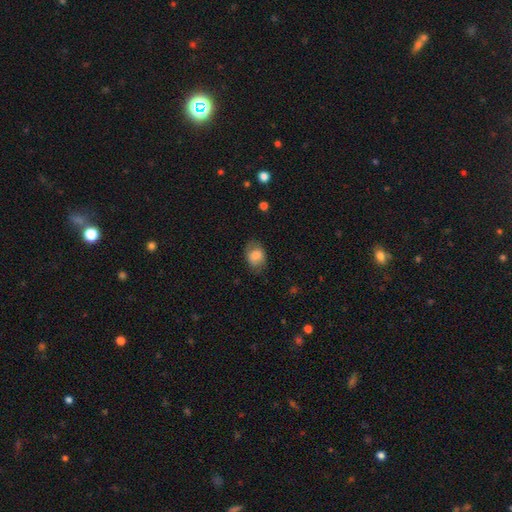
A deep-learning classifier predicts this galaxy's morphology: smooth-or-featured: smooth: 75% | featured or disk: 17% | star or artifact: 8%
  how-rounded: in between: 75% | round: 24% | cigar-shaped: 1%
  merging: none: 71% | minor disturbance: 20% | major disturbance: 8% | merger: 1%